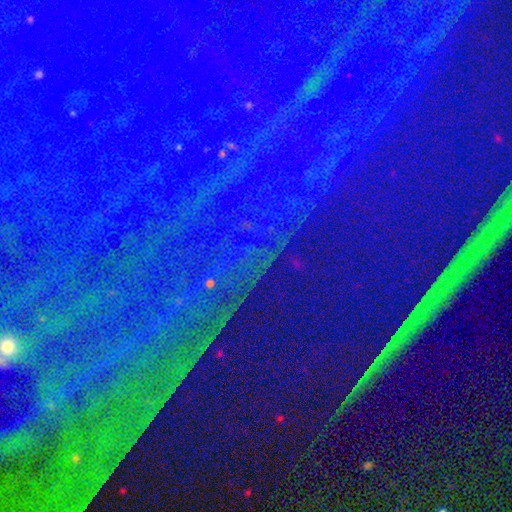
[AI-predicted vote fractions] Smooth or featured?
  - star or artifact: 87% *
  - smooth: 7%
  - featured or disk: 7%